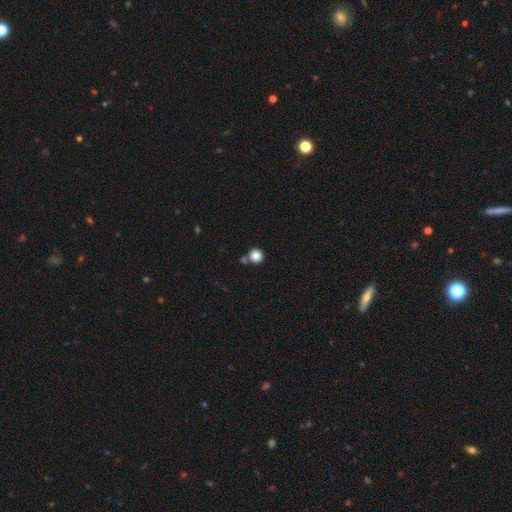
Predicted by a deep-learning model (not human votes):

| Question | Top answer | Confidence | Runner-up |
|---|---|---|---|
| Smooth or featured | smooth | 84% | star or artifact (11%) |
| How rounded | round | 94% | in between (5%) |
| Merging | none | 76% | merger (13%) |